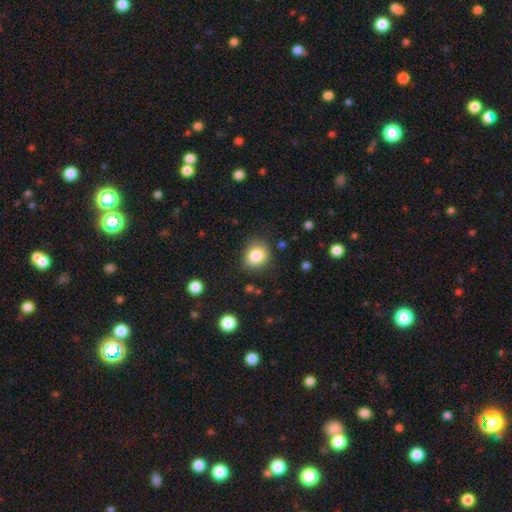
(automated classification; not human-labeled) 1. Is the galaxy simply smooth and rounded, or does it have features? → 83% smooth, 10% star or artifact, 7% featured or disk.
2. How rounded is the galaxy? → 65% round, 34% in between, 1% cigar-shaped.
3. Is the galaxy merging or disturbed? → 80% none, 14% minor disturbance, 4% major disturbance, 2% merger.